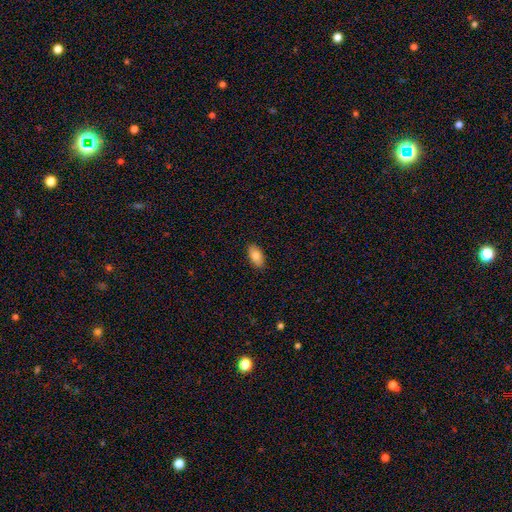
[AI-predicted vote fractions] A smooth galaxy with no disk features (82%) that is in between round and cigar-shaped (92%). Merging: none (88%).